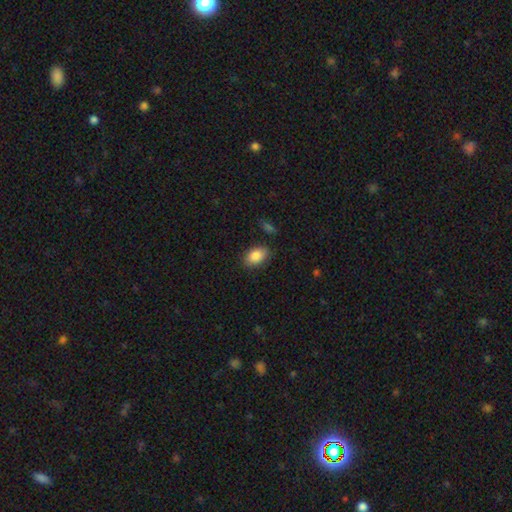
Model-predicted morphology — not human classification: A smooth galaxy with no disk features (87%) that is in between round and cigar-shaped (88%). Merging: none (84%).